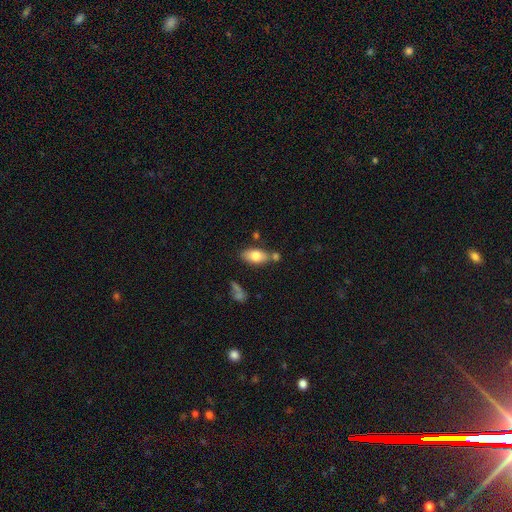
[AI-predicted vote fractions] This appears to be a smooth galaxy with no disk features (78%) that is in between round and cigar-shaped (89%). Merging: none (64%).